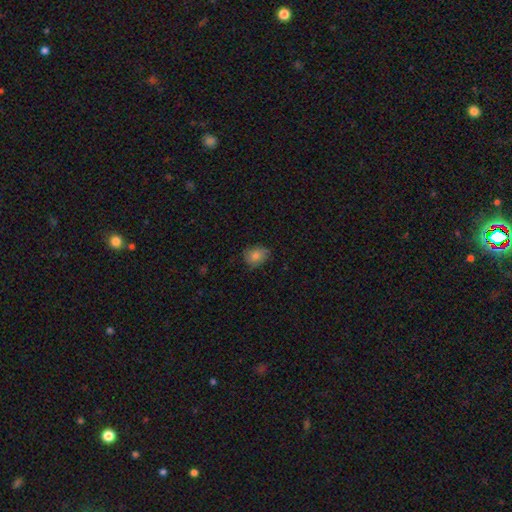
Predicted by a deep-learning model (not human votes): Q: Smooth or featured?
A: smooth (80%); runner-up: featured or disk (11%)
Q: How rounded?
A: in between (51%); runner-up: round (48%)
Q: Merging?
A: none (74%); runner-up: minor disturbance (22%)